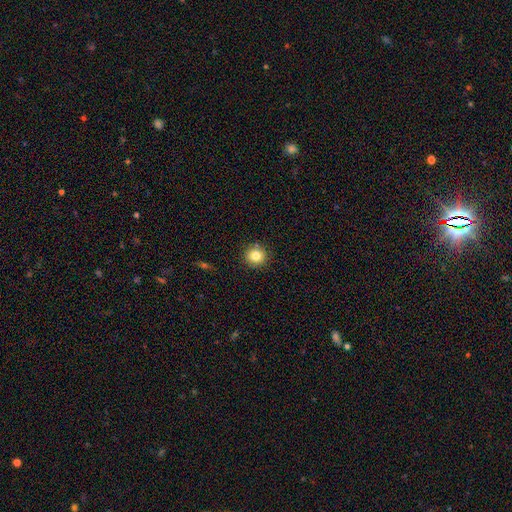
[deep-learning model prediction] This appears to be a smooth galaxy with no disk features (82%) that is round (90%). Merging: none (89%).